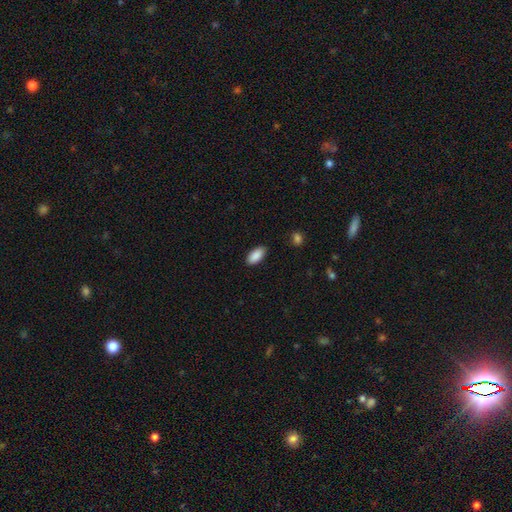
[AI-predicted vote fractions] Smooth or featured?
  - smooth: 90% *
  - star or artifact: 7%
  - featured or disk: 4%
How rounded?
  - in between: 93% *
  - cigar-shaped: 5%
  - round: 2%
Merging?
  - none: 87% *
  - minor disturbance: 10%
  - major disturbance: 2%
  - merger: 1%